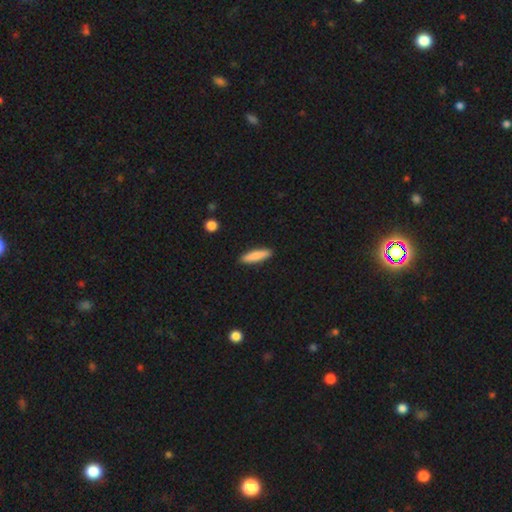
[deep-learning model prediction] A smooth galaxy with no disk features (83%) that is cigar-shaped (80%). Merging: none (90%).